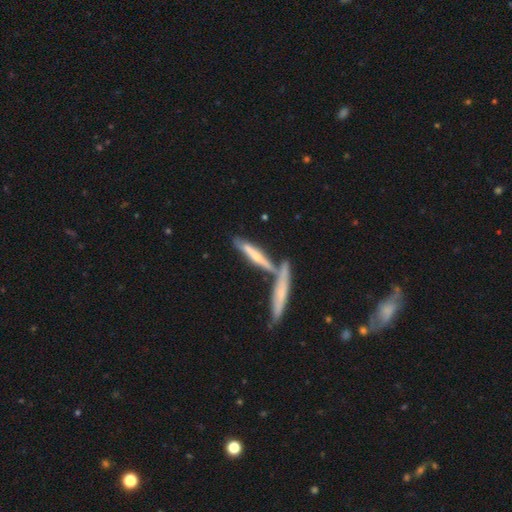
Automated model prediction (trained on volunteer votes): smooth_or_featured: featured or disk (p=0.51) [alt: smooth p=0.43]
disk_edge_on: yes (p=0.89) [alt: no p=0.11]
merging: none (p=0.53) [alt: merger p=0.32]